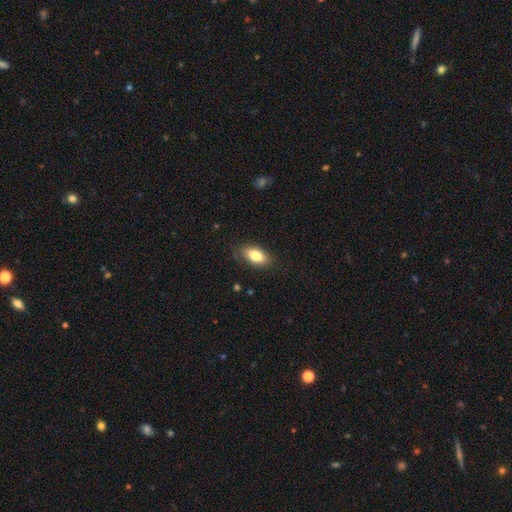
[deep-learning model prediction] smooth 81%, featured or disk 12%, star or artifact 7%. Down the decision tree: how rounded — in between (89%); merging — none (83%).